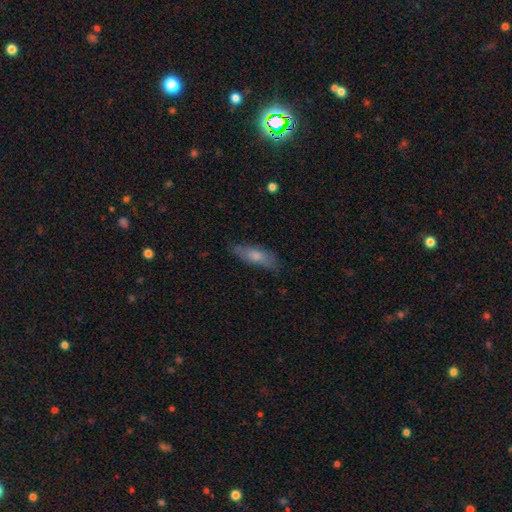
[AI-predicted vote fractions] Morphology: type=smooth (68%); roundness=in between (57%); merging=none (74%).